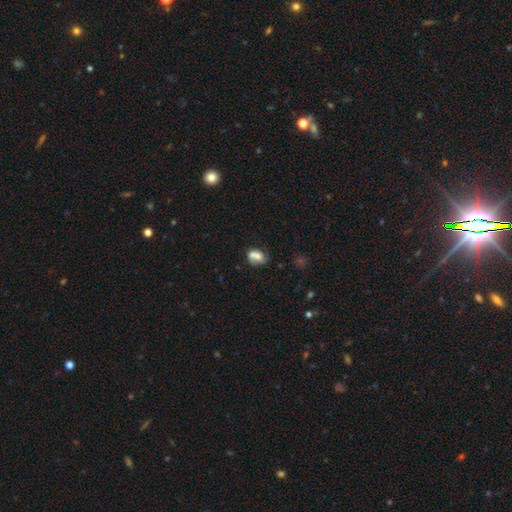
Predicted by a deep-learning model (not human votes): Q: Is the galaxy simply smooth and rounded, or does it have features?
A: smooth — 64%.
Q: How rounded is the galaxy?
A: in between — 63%.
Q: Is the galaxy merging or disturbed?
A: none — 38%.